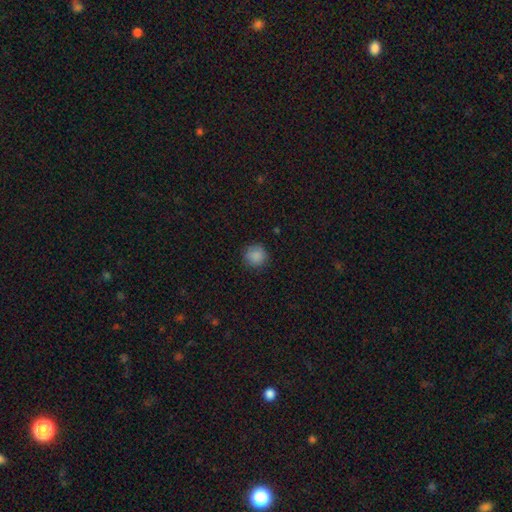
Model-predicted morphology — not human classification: Smooth or featured? Predicted: smooth (p=0.87). How rounded? Predicted: round (p=0.93). Merging? Predicted: none (p=0.88).